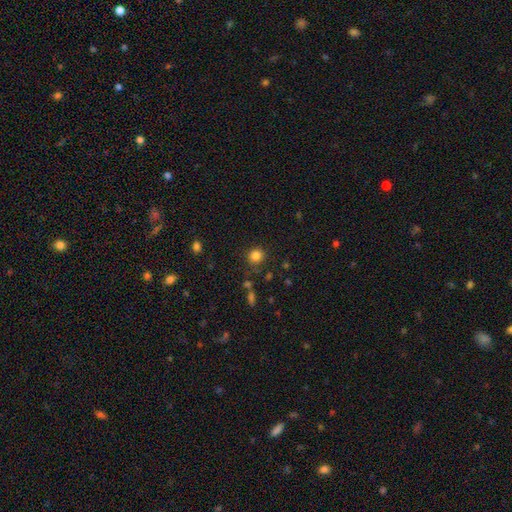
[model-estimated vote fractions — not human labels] A smooth galaxy with no disk features (83%) that is round (88%). Merging: none (84%).